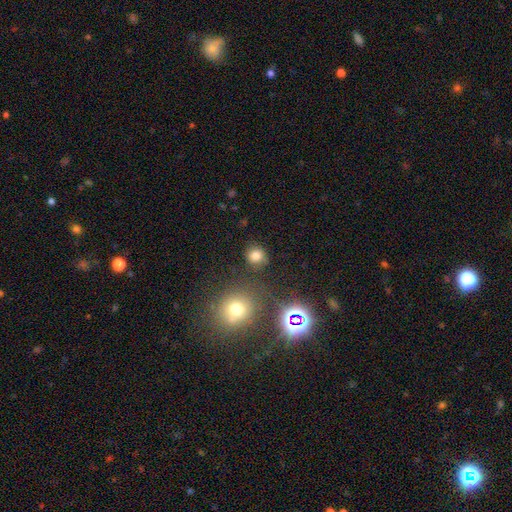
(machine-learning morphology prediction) smooth_or_featured: smooth (p=0.75) [alt: star or artifact p=0.19]
how_rounded: round (p=0.87) [alt: in between p=0.12]
merging: none (p=0.83) [alt: minor disturbance p=0.10]